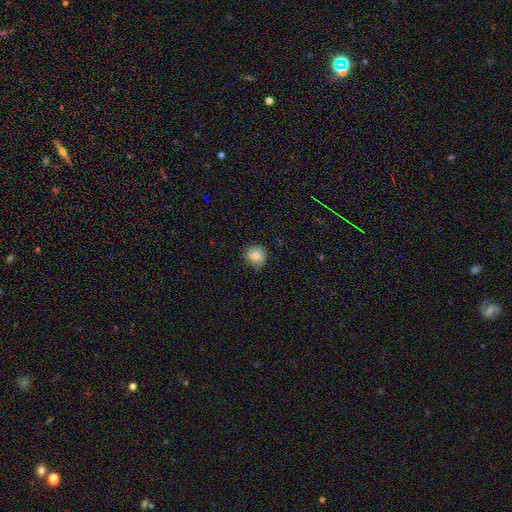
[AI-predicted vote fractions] Overall: smooth (80%). How rounded: round (82%). Merging: none (69%).